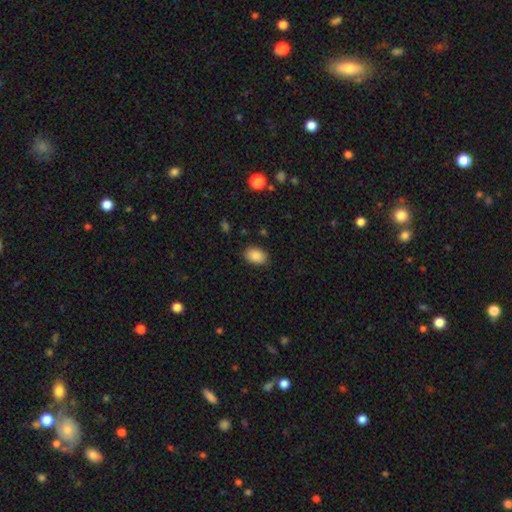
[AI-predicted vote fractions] This is clearly a smooth galaxy (87%). How rounded: clearly in between (85%). Merging: clearly none (86%).